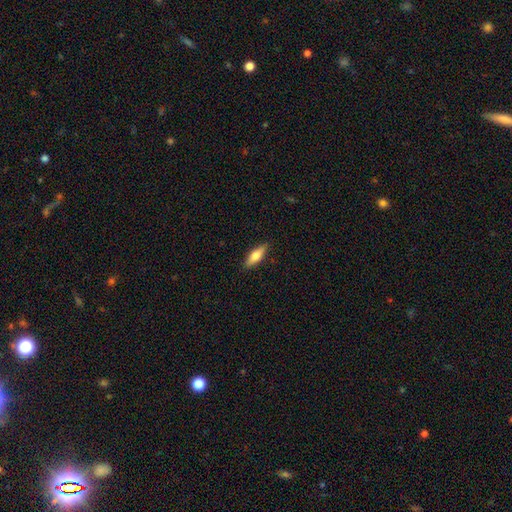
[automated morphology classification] A smooth galaxy with no disk features (63%) that is cigar-shaped (51%).

Vote fractions:
- Smooth or featured? smooth: 63% / featured or disk: 31% / star or artifact: 6%
- How rounded? cigar-shaped: 51% / in between: 47% / round: 2%
- Merging? none: 88% / minor disturbance: 9% / major disturbance: 2% / merger: 1%